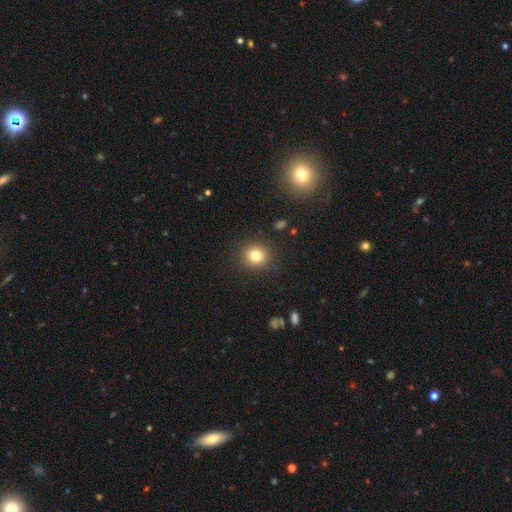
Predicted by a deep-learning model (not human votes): Overall: smooth (80%). How rounded: round (85%). Merging: none (90%).